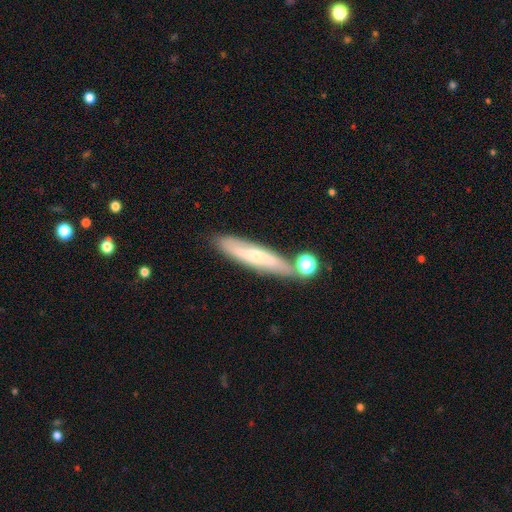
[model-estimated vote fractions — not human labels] A featured or disk galaxy (49%).

Vote fractions:
- Smooth or featured? featured or disk: 49% / smooth: 43% / star or artifact: 8%
- Merging? none: 71% / minor disturbance: 14% / merger: 11% / major disturbance: 3%